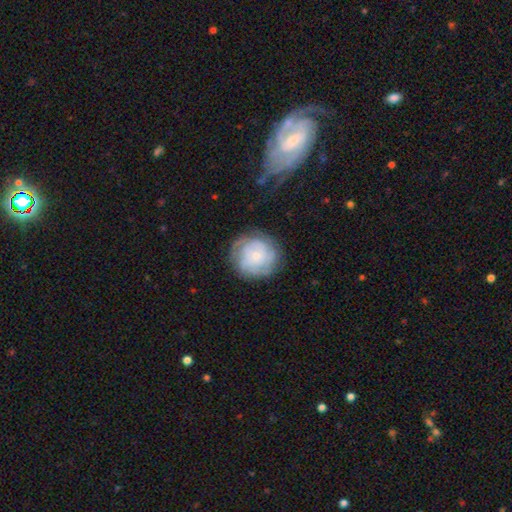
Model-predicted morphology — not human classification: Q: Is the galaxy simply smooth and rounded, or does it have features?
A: featured or disk — 60%.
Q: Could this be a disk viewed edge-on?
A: no — 98%.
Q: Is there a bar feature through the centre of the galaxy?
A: no — 82%.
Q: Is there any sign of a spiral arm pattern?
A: yes — 83%.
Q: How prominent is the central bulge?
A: small — 73%.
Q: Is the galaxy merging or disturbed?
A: none — 74%.